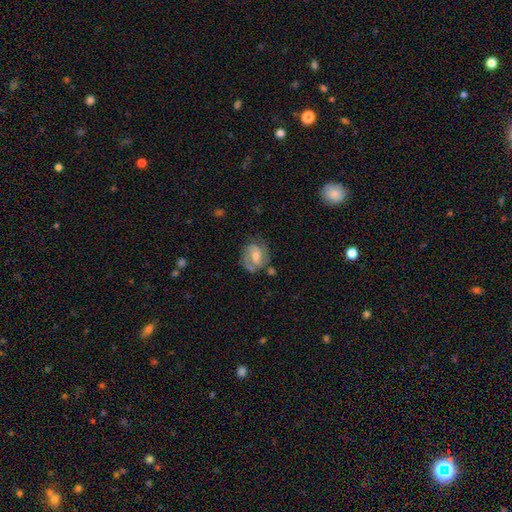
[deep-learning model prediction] A featured or disk galaxy (69%) with a weak bar (48%), 2 (72%) medium (45%) spiral arms (87%) and a moderate central bulge (51%).

Vote fractions:
- Smooth or featured? featured or disk: 69% / smooth: 22% / star or artifact: 9%
- Edge-on disk? no: 97% / yes: 3%
- Bar? weak: 48% / no: 34% / strong: 18%
- Spiral arms? yes: 87% / no: 13%
- Spiral winding? medium: 45% / tight: 39% / loose: 15%
- Spiral arm count? 2: 72% / can't tell: 13% / 1: 9% / 3: 4% / 4: 1% / more than 4: 1%
- Bulge size? moderate: 51% / small: 34% / large: 7% / none: 6% / dominant: 1%
- Merging? none: 66% / minor disturbance: 20% / major disturbance: 10% / merger: 4%